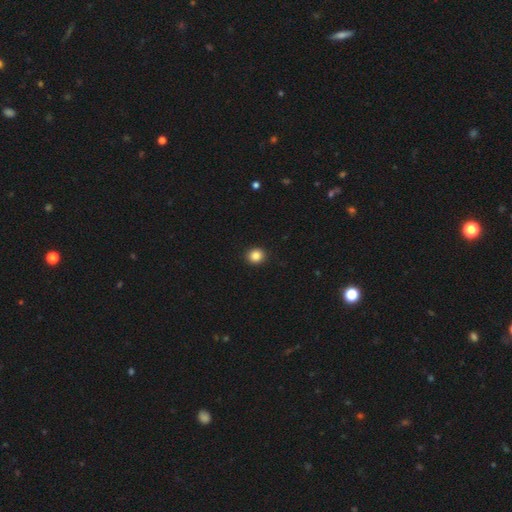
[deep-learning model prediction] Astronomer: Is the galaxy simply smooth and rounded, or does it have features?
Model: smooth — 86%.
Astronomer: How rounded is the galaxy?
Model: round — 84%.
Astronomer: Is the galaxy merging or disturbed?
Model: none — 92%.